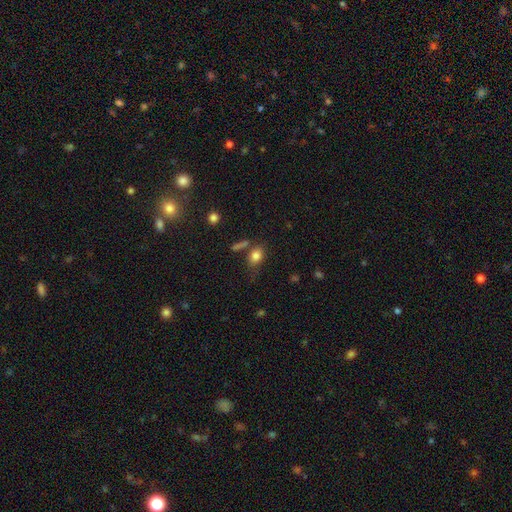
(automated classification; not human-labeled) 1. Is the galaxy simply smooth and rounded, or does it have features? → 82% smooth, 10% star or artifact, 8% featured or disk.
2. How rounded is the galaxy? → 73% in between, 24% round, 3% cigar-shaped.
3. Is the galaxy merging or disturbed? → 64% none, 18% minor disturbance, 11% merger, 7% major disturbance.